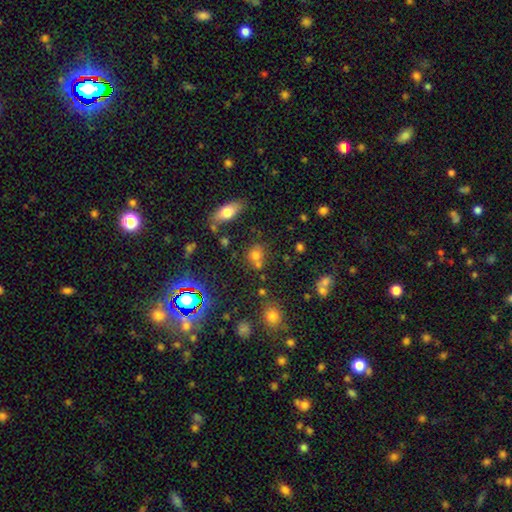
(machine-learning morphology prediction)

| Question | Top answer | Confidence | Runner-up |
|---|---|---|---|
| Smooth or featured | smooth | 62% | star or artifact (28%) |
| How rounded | round | 63% | in between (34%) |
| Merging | none | 58% | merger (25%) |